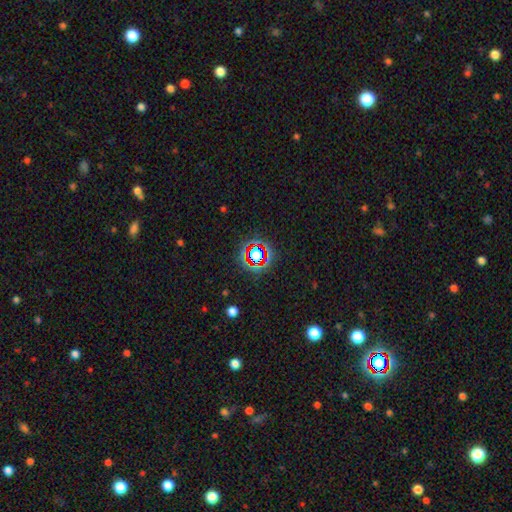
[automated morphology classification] This is likely a star or artifact rather than a galaxy (66%).